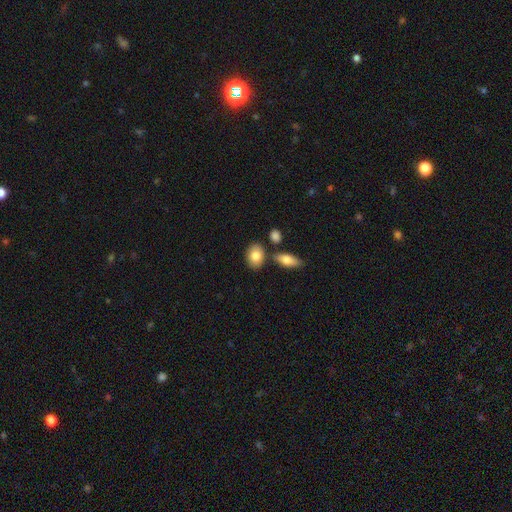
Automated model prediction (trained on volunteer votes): smooth-or-featured: smooth: 80% | featured or disk: 13% | star or artifact: 7%
  how-rounded: in between: 76% | round: 22% | cigar-shaped: 2%
  merging: none: 73% | merger: 12% | minor disturbance: 12% | major disturbance: 3%